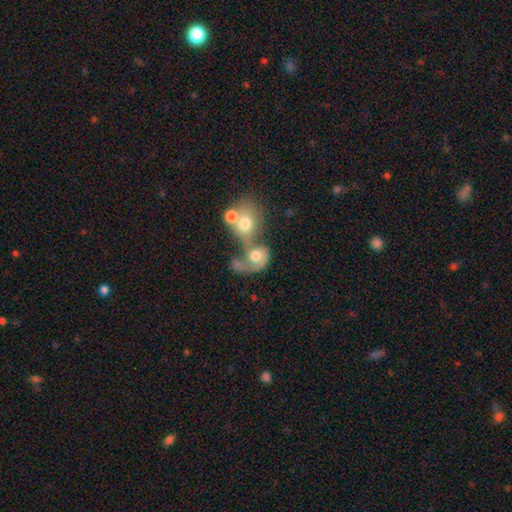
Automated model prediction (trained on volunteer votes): Smooth or featured: smooth — 50% (featured or disk — 40%)
Merging: merger — 72% (major disturbance — 12%)